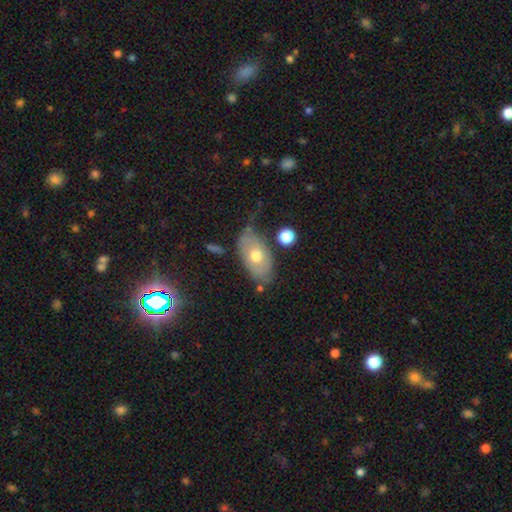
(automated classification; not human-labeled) Overall: smooth (54%; featured or disk 36%). How rounded: in between (90%). Merging: none (62%; minor disturbance 25%).